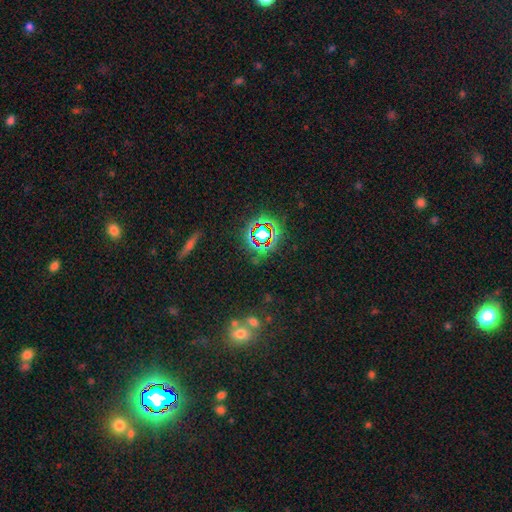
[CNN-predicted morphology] star or artifact 64%, smooth 24%, featured or disk 12%.